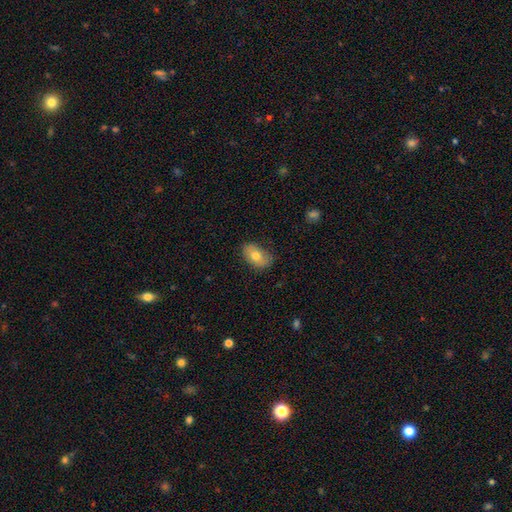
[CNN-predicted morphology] Smooth or featured? smooth (73%)
How rounded? in between (88%)
Merging? none (77%)